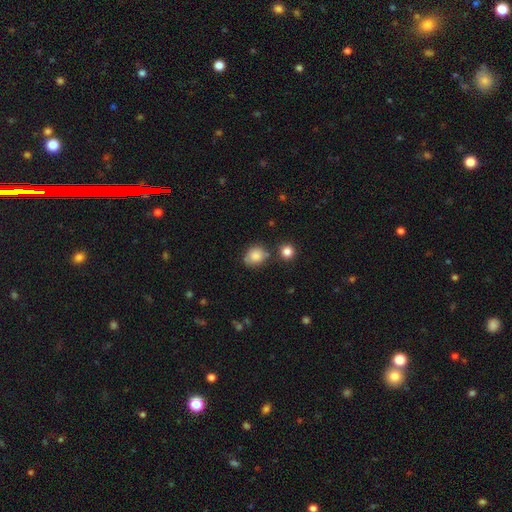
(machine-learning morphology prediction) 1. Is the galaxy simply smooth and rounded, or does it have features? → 85% smooth, 9% star or artifact, 6% featured or disk.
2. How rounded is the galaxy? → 64% round, 35% in between, 1% cigar-shaped.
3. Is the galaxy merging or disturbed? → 65% none, 21% minor disturbance, 9% merger, 5% major disturbance.